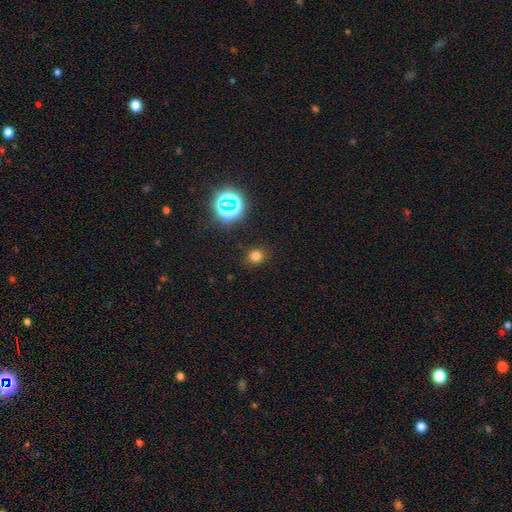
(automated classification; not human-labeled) smooth-or-featured: smooth: 73% | star or artifact: 21% | featured or disk: 6%
  how-rounded: round: 86% | in between: 13% | cigar-shaped: 1%
  merging: none: 88% | minor disturbance: 8% | major disturbance: 3% | merger: 1%